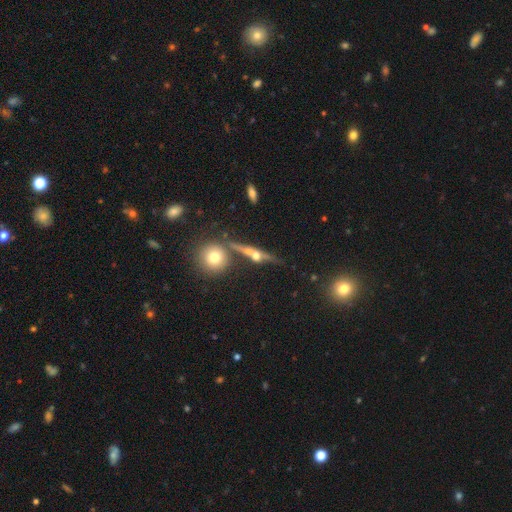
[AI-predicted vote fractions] Overall: featured or disk (61%; smooth 27%). Edge-on disk: yes (86%). Edge-on bulge: rounded (88%). Merging: none (63%).